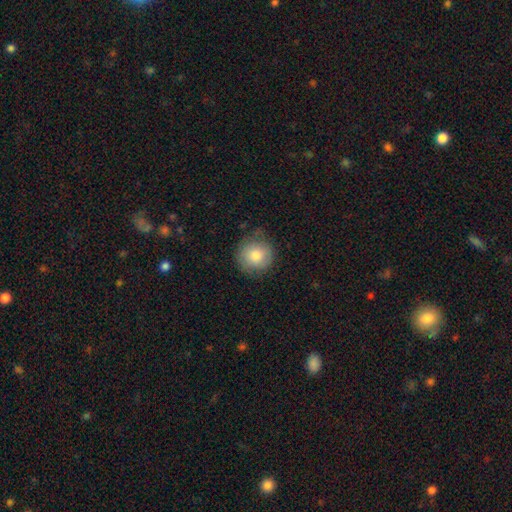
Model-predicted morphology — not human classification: type=smooth (80%); roundness=round (92%); merging=none (77%).